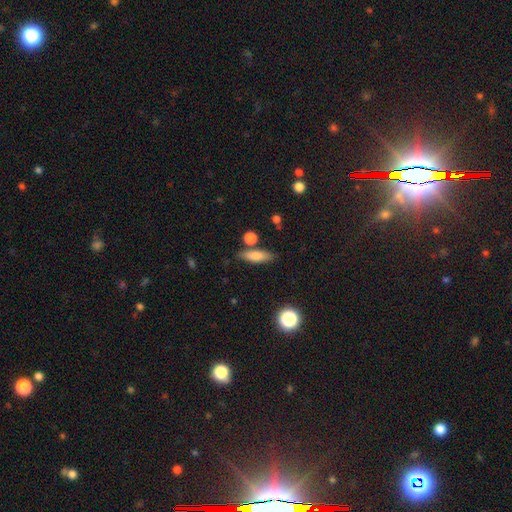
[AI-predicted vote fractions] smooth_or_featured: smooth (p=0.75) [alt: featured or disk p=0.16]
how_rounded: cigar-shaped (p=0.53) [alt: in between p=0.42]
merging: none (p=0.76) [alt: minor disturbance p=0.12]